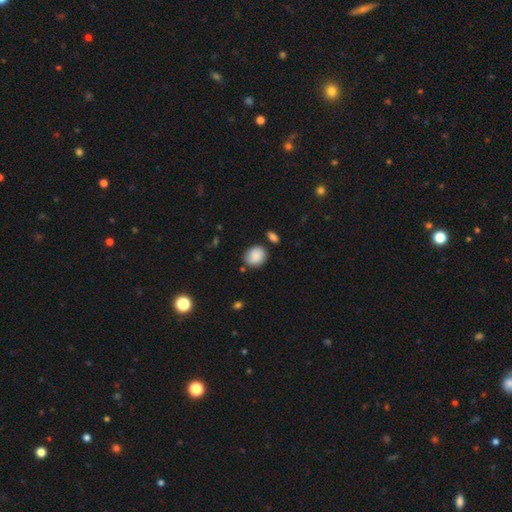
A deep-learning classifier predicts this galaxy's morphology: A smooth galaxy with no disk features (86%) that is round (69%).

Vote fractions:
- Smooth or featured? smooth: 86% / star or artifact: 8% / featured or disk: 7%
- How rounded? round: 69% / in between: 30% / cigar-shaped: 1%
- Merging? none: 74% / minor disturbance: 17% / merger: 6% / major disturbance: 4%